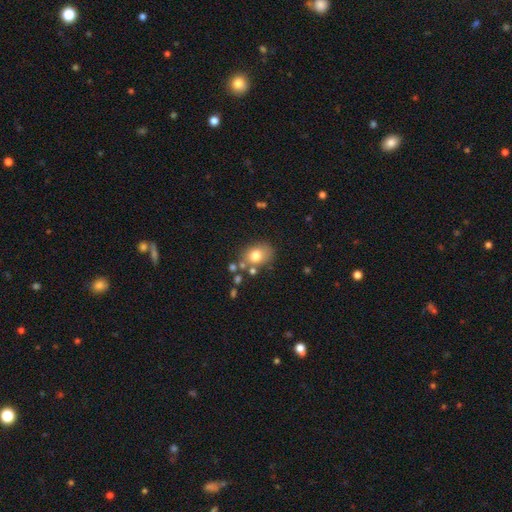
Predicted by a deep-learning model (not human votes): Smooth or featured? Predicted: smooth (p=0.75). How rounded? Predicted: in between (p=0.57). Merging? Predicted: none (p=0.69).